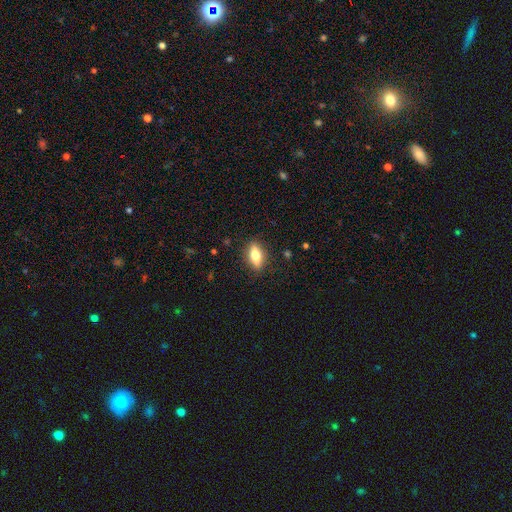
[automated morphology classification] This is likely a smooth galaxy (61%). How rounded: likely in between (70%). Merging: clearly none (87%).